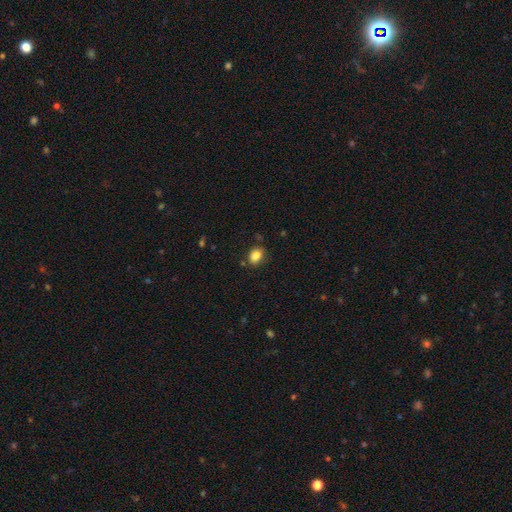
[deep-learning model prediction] Morphology: type=smooth (86%); roundness=in between (66%); merging=none (80%).